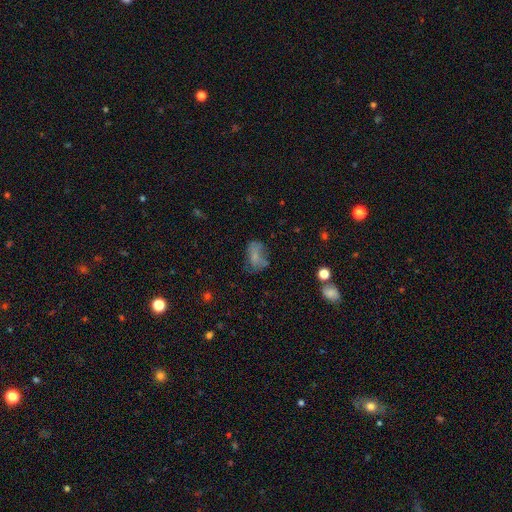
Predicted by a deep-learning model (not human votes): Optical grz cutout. It shows a smooth galaxy with no disk features (60%) that is in between round and cigar-shaped (81%). Merging: none (47%).